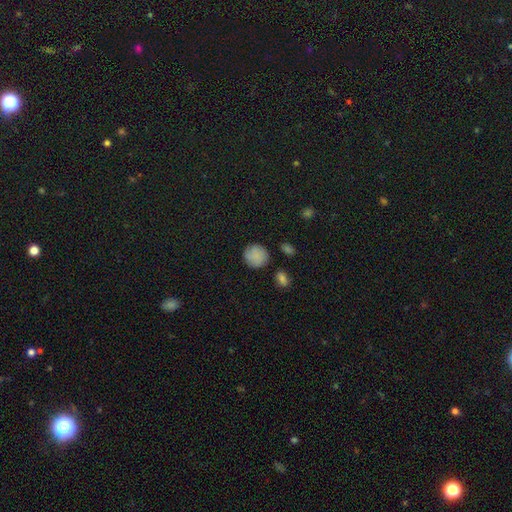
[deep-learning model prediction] Smooth or featured?
  - smooth: 76% *
  - featured or disk: 15%
  - star or artifact: 9%
How rounded?
  - round: 86% *
  - in between: 13%
  - cigar-shaped: 1%
Merging?
  - none: 78% *
  - minor disturbance: 14%
  - major disturbance: 4%
  - merger: 4%